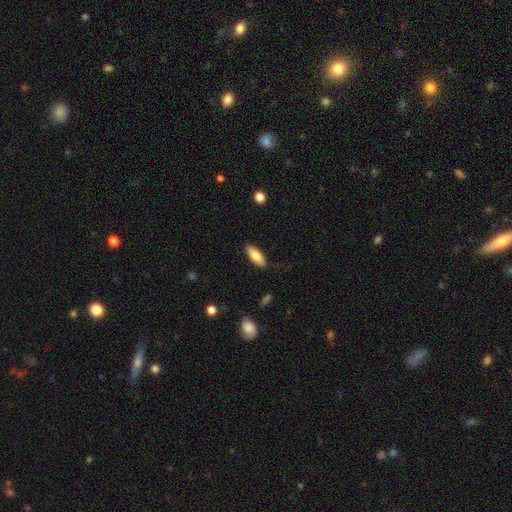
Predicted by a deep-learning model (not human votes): Smooth or featured?
  - smooth: 84% *
  - featured or disk: 10%
  - star or artifact: 6%
How rounded?
  - in between: 76% *
  - cigar-shaped: 23%
  - round: 2%
Merging?
  - none: 87% *
  - minor disturbance: 10%
  - major disturbance: 2%
  - merger: 1%